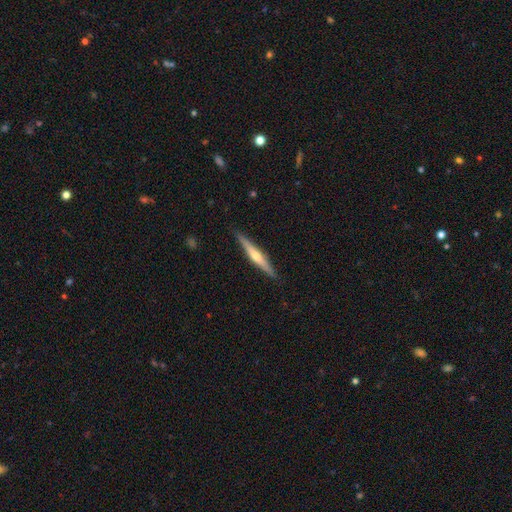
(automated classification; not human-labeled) This is likely a featured or disk galaxy (64%). It is clearly viewed edge-on (97%). Edge-on bulge: clearly rounded (82%). Merging: clearly none (90%).